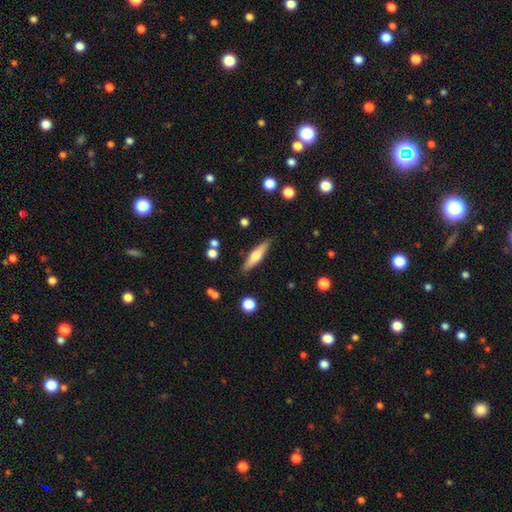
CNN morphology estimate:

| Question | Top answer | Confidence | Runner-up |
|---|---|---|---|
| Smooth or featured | featured or disk | 48% | smooth (46%) |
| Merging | none | 86% | minor disturbance (10%) |